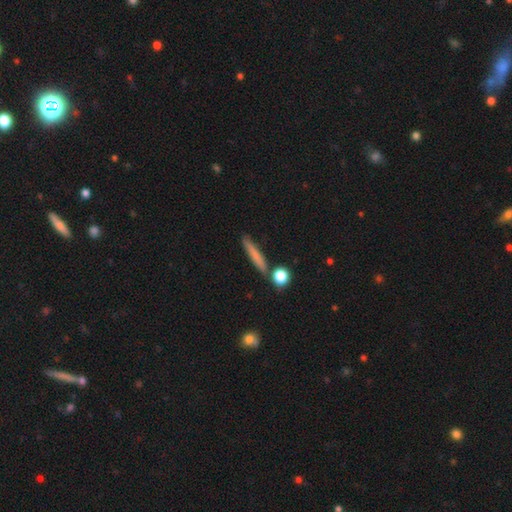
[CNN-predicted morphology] A smooth galaxy with no disk features (70%) that is cigar-shaped (89%). Merging: none (82%).